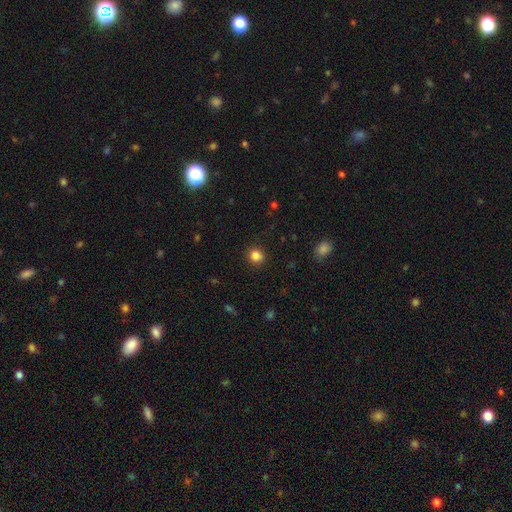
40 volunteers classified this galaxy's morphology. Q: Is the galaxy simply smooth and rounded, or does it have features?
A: smooth — 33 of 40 (82%).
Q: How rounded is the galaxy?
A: round — 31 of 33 (94%).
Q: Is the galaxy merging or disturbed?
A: none — 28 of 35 (80%).